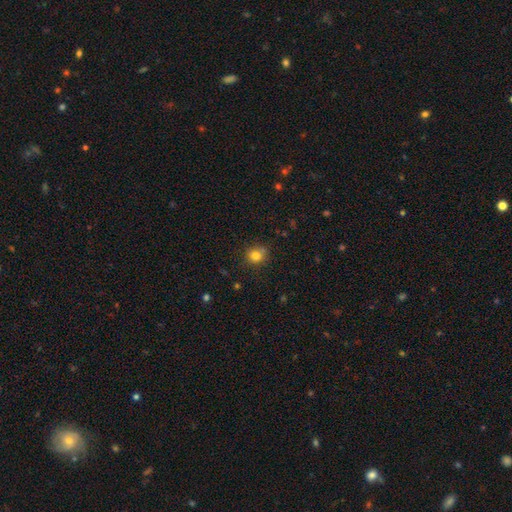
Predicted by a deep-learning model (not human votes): This appears to be a smooth galaxy with no disk features (81%) that is round (82%). Merging: none (76%).